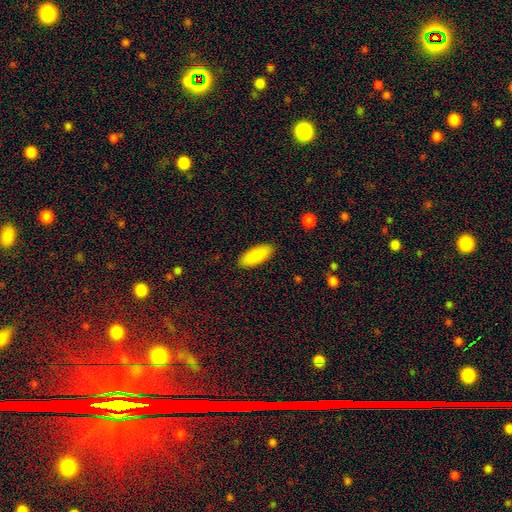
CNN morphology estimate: Smooth or featured: smooth — 86% (featured or disk — 8%)
How rounded: in between — 81% (cigar-shaped — 17%)
Merging: none — 89% (minor disturbance — 8%)